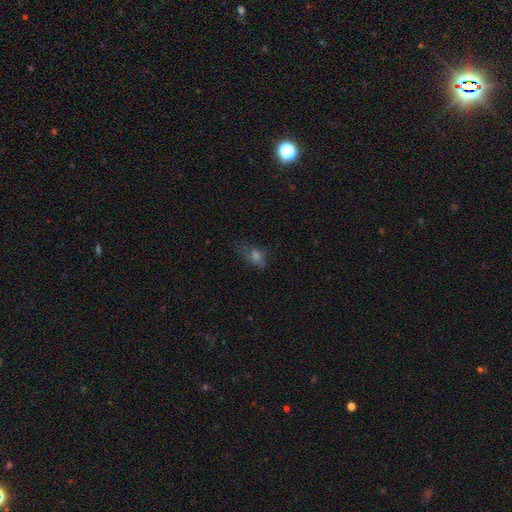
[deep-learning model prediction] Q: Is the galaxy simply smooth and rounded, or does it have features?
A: smooth — 48%.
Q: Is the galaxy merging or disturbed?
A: none — 49%.